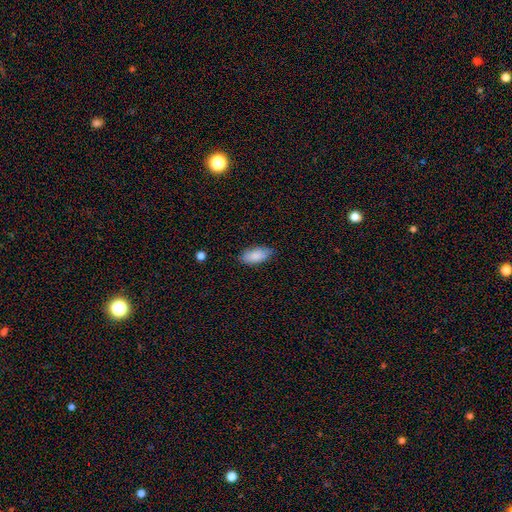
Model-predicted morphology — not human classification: Smooth or featured? Predicted: smooth (p=0.87). How rounded? Predicted: in between (p=0.92). Merging? Predicted: none (p=0.81).